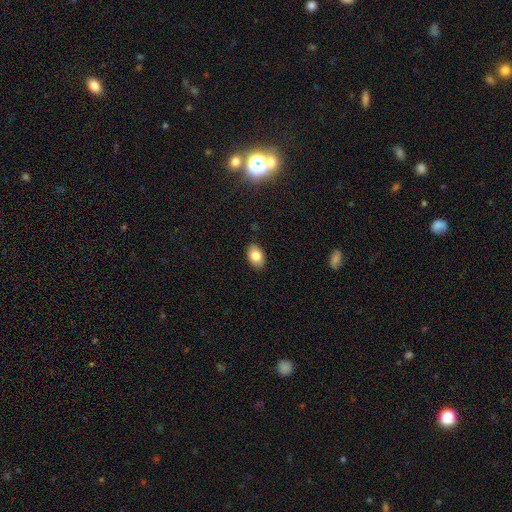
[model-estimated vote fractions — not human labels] Smooth or featured?
  - smooth: 81% *
  - featured or disk: 11%
  - star or artifact: 8%
How rounded?
  - in between: 86% *
  - round: 13%
  - cigar-shaped: 1%
Merging?
  - none: 88% *
  - minor disturbance: 9%
  - major disturbance: 2%
  - merger: 1%